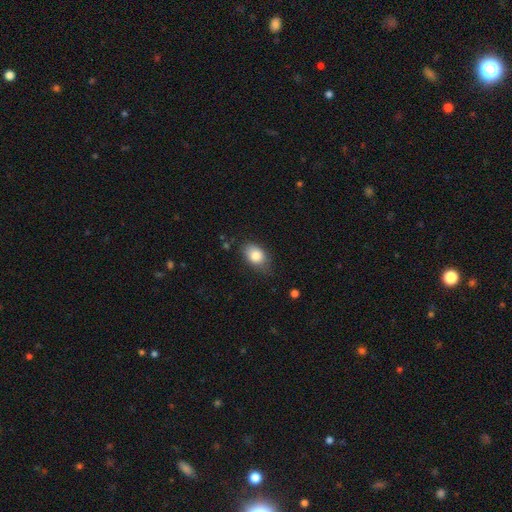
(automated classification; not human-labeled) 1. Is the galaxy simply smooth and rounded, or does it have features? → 83% smooth, 10% featured or disk, 8% star or artifact.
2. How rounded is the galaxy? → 83% in between, 16% round, 1% cigar-shaped.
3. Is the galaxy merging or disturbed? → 69% none, 24% minor disturbance, 5% major disturbance, 2% merger.